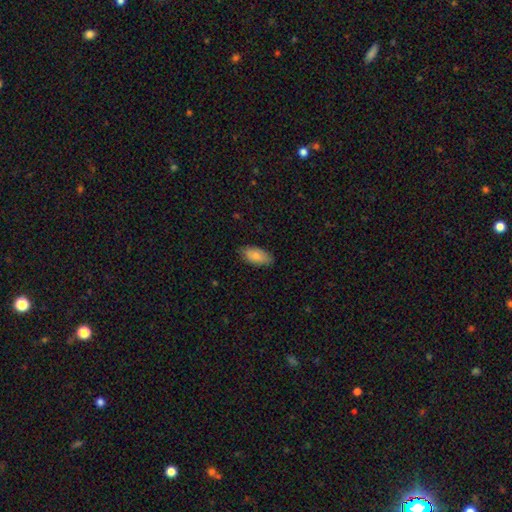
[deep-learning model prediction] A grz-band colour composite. It shows a smooth galaxy with no disk features (83%) that is in between round and cigar-shaped (93%). Merging: none (80%).